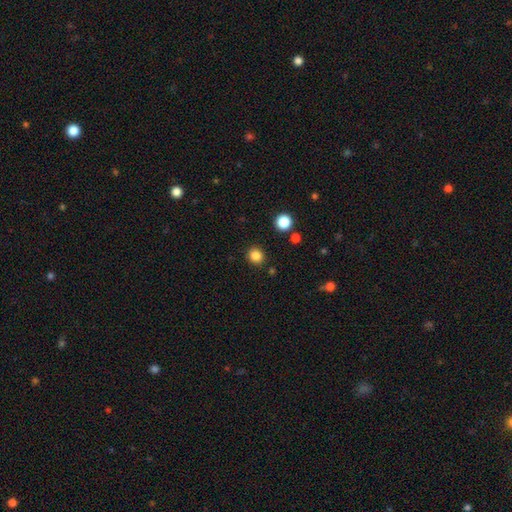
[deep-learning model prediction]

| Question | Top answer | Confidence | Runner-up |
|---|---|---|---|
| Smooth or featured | smooth | 84% | star or artifact (12%) |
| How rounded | round | 88% | in between (11%) |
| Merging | none | 89% | minor disturbance (6%) |